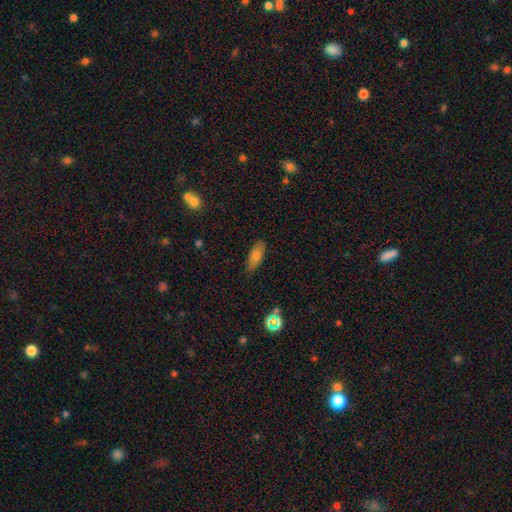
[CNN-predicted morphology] Q: Smooth or featured?
A: smooth (71%); runner-up: featured or disk (19%)
Q: How rounded?
A: in between (77%); runner-up: cigar-shaped (20%)
Q: Merging?
A: none (85%); runner-up: minor disturbance (11%)